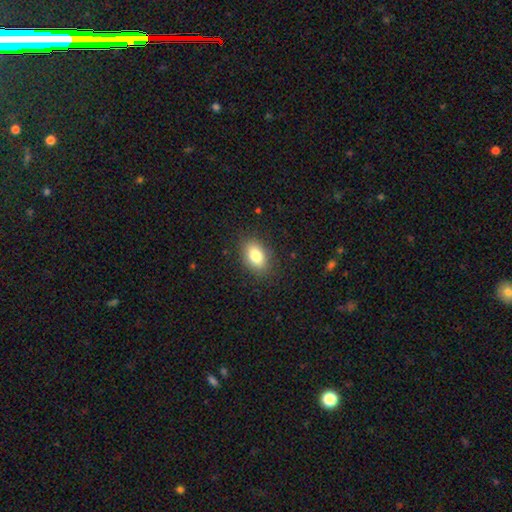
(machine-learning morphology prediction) type=smooth (82%); roundness=in between (87%); merging=none (86%).